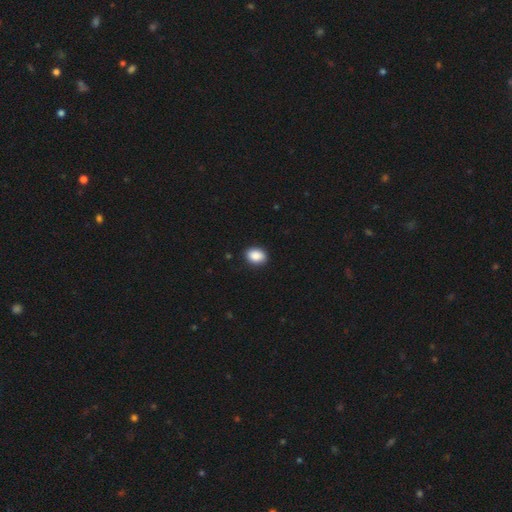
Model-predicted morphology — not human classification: The model was most divided on "how rounded": in between: 73%, round: 26%, cigar-shaped: 1%. More confident: smooth or featured — smooth (89%); merging — none (89%).